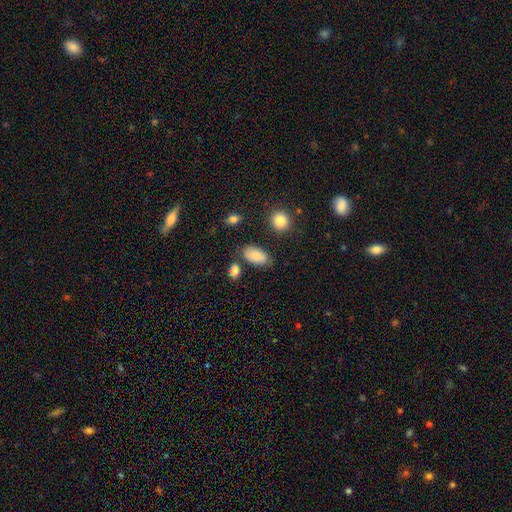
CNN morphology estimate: Overall: smooth (80%). How rounded: in between (93%). Merging: none (72%).